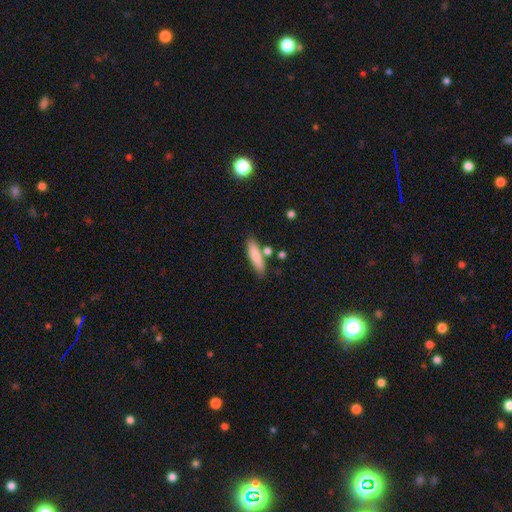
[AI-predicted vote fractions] The model was most divided on "how rounded": cigar-shaped: 68%, in between: 30%, round: 2%. More confident: smooth or featured — smooth (82%); merging — none (74%).